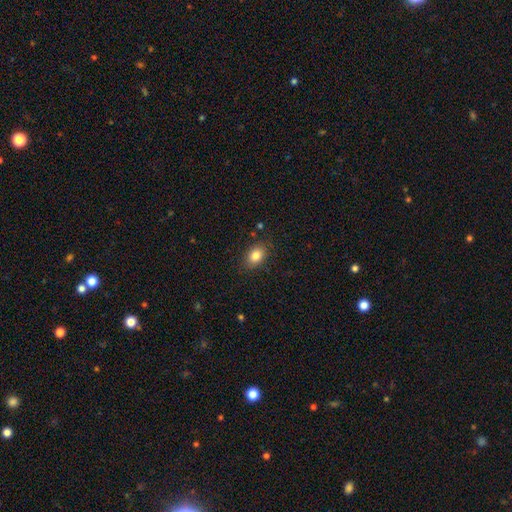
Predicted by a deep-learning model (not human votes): The model was most divided on "how rounded": in between: 78%, round: 20%, cigar-shaped: 1%. More confident: merging — none (84%); smooth or featured — smooth (83%).